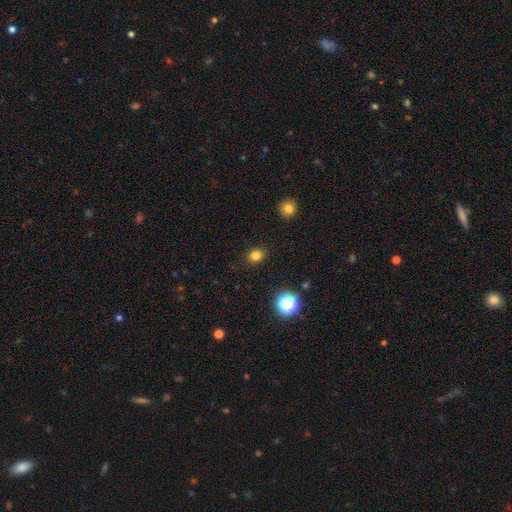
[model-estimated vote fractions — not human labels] Smooth or featured? smooth (80%)
How rounded? round (60%)
Merging? none (89%)